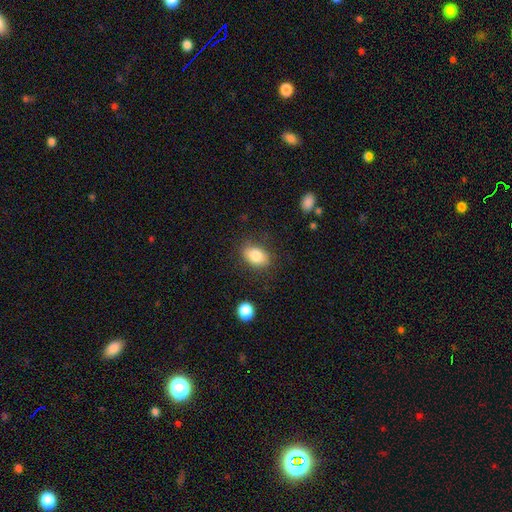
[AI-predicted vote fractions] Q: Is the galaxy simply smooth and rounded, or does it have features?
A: smooth — 84%.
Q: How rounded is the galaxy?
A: in between — 84%.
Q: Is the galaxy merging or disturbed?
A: none — 81%.